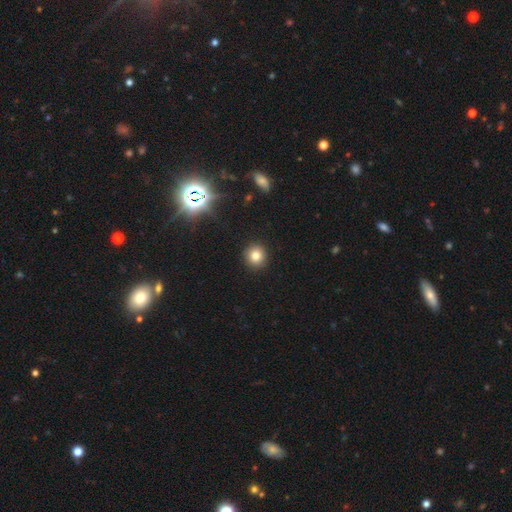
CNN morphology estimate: The model was most divided on "smooth or featured": smooth: 79%, star or artifact: 14%, featured or disk: 7%. More confident: how rounded — round (92%); merging — none (92%).